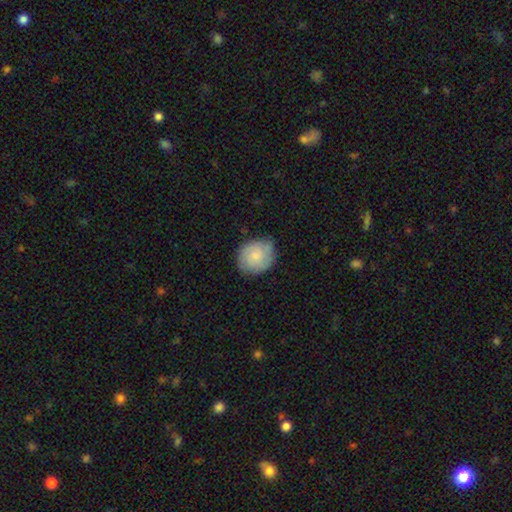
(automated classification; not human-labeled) Morphology: type=smooth (64%); roundness=round (69%); merging=none (66%).